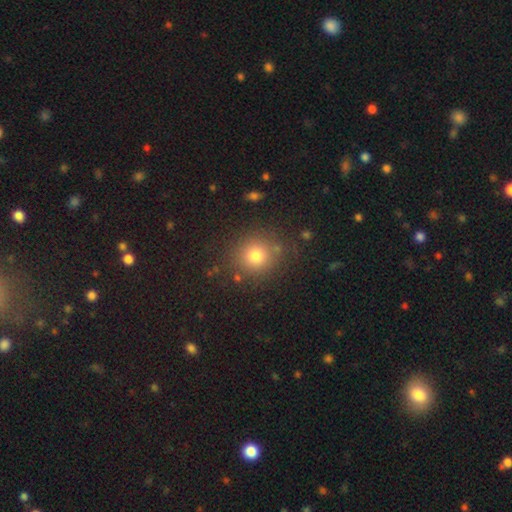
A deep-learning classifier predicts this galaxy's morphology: This is likely a smooth galaxy (77%). How rounded: clearly round (85%). Merging: clearly none (82%).